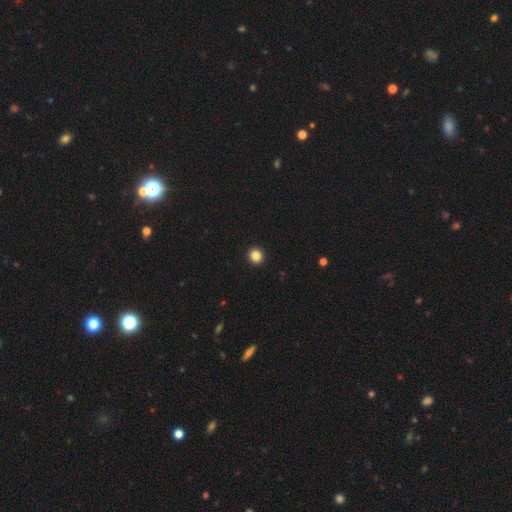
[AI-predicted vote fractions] Overall: smooth (86%). How rounded: round (91%). Merging: none (94%).